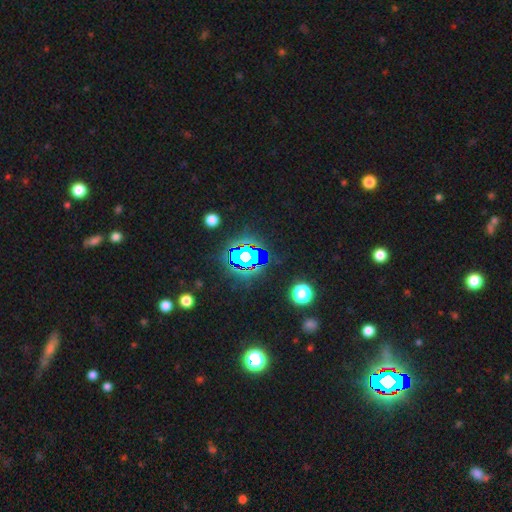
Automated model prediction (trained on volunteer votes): The model was most divided on "smooth or featured": star or artifact: 82%, smooth: 11%, featured or disk: 7%.